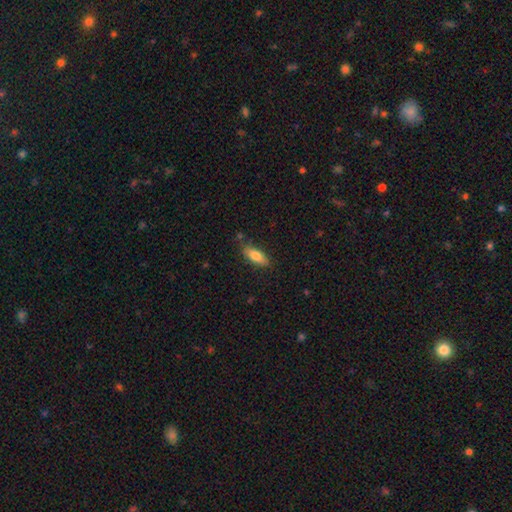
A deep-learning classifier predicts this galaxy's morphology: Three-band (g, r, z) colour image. It shows a smooth galaxy with no disk features (80%) that is in between round and cigar-shaped (74%). Merging: none (77%).